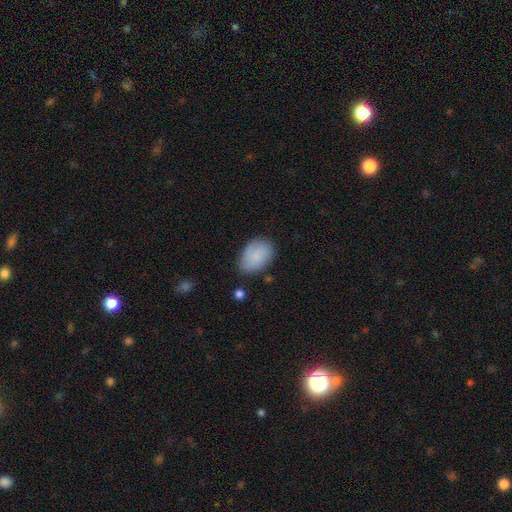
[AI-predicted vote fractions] Smooth or featured? smooth (85%)
How rounded? in between (86%)
Merging? none (75%)